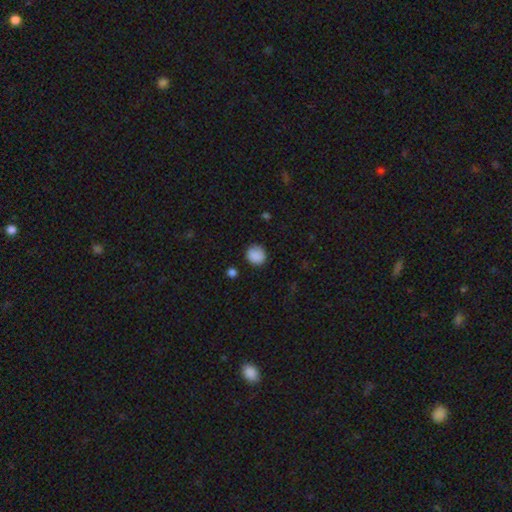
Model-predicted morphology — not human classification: type=smooth (88%); roundness=round (85%); merging=none (86%).